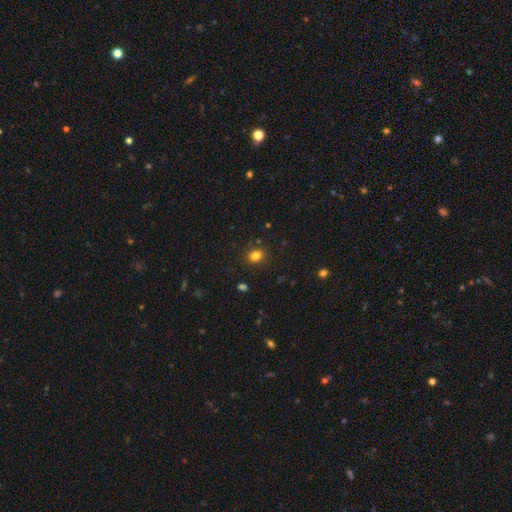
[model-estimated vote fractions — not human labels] This is clearly a smooth galaxy (82%). How rounded: possibly round (50%). Merging: clearly none (86%).